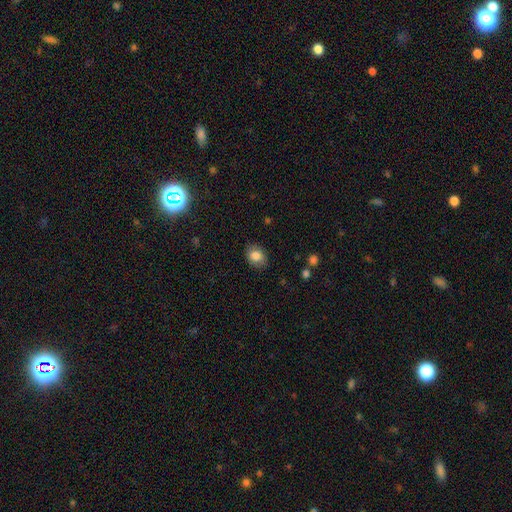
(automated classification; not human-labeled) Smooth or featured? smooth (83%)
How rounded? in between (54%)
Merging? none (85%)